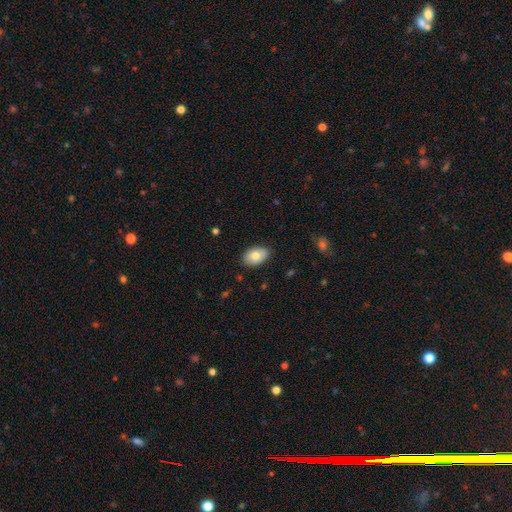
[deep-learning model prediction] Q: Smooth or featured?
A: smooth (78%); runner-up: featured or disk (15%)
Q: How rounded?
A: in between (89%); runner-up: round (9%)
Q: Merging?
A: none (85%); runner-up: minor disturbance (12%)